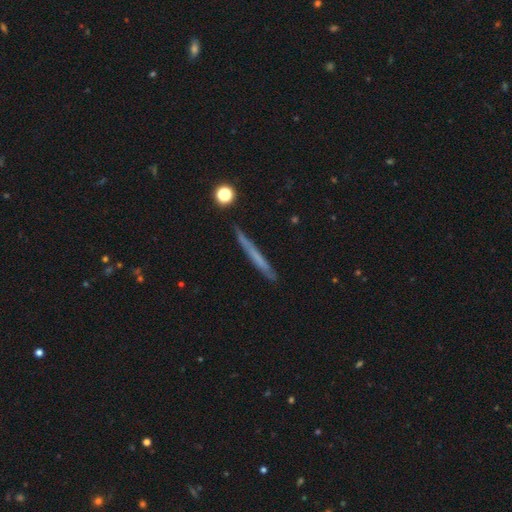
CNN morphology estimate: Smooth or featured? smooth (50%)
How rounded? cigar-shaped (96%)
Merging? none (88%)